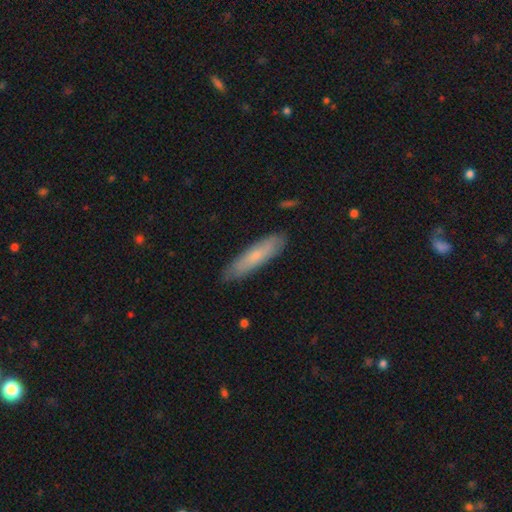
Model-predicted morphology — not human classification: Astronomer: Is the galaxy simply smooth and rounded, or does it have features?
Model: smooth — 66%.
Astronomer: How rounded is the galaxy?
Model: cigar-shaped — 78%.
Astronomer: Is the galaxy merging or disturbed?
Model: none — 84%.